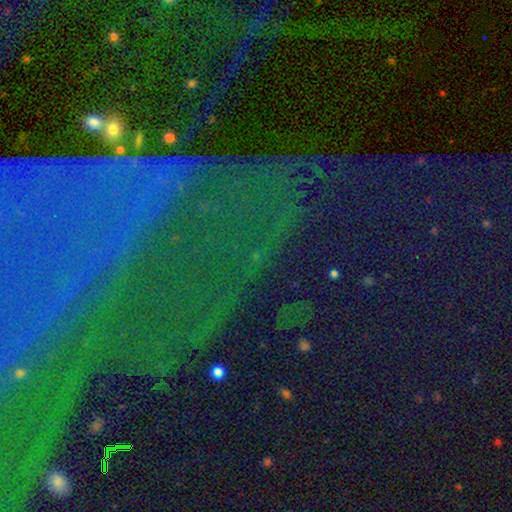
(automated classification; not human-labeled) Morphology: type=star or artifact (84%).